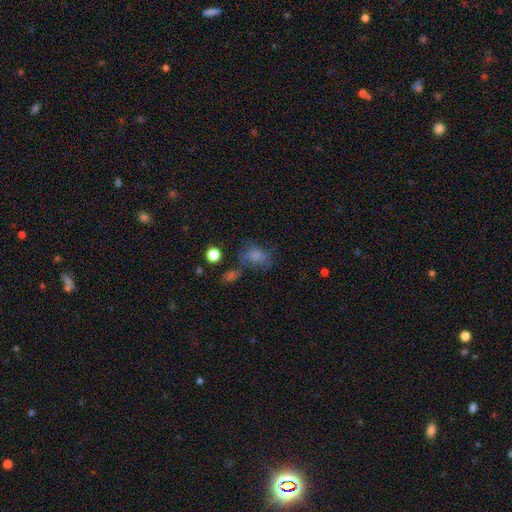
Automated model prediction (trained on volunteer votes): Smooth or featured? Predicted: smooth (p=0.72). How rounded? Predicted: in between (p=0.73). Merging? Predicted: none (p=0.41).